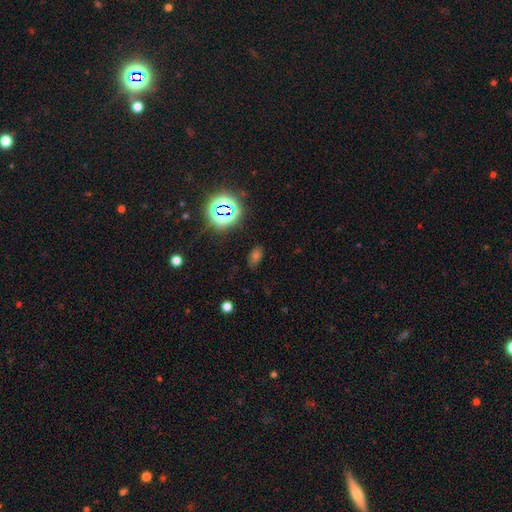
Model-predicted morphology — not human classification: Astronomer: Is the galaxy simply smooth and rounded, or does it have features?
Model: star or artifact — 49% (runner-up: smooth, 41%).